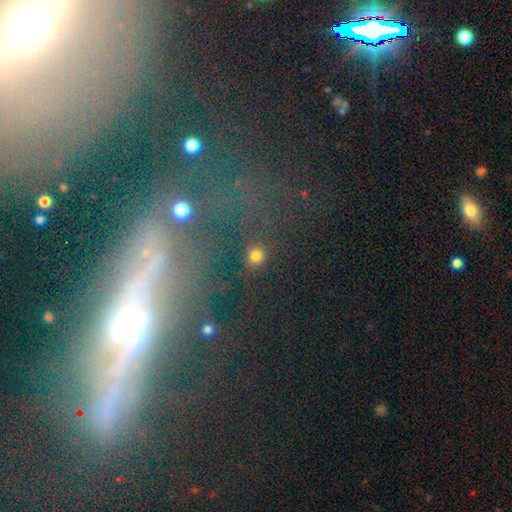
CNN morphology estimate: The model was most divided on "smooth or featured": smooth: 74%, star or artifact: 20%, featured or disk: 6%. More confident: how rounded — round (87%); merging — none (83%).